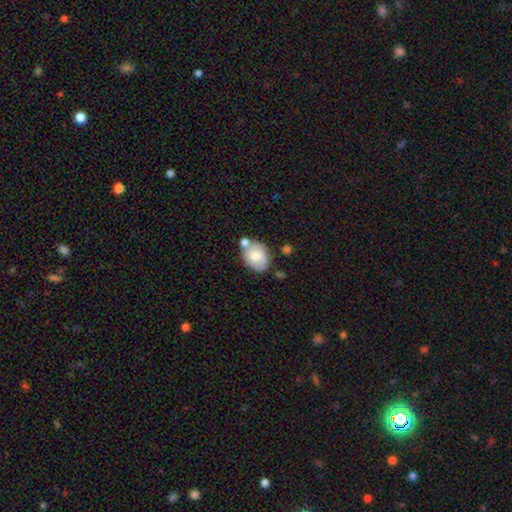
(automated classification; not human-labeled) smooth 70%, featured or disk 23%, star or artifact 7%. Down the decision tree: how rounded — in between (62%); merging — none (55%).